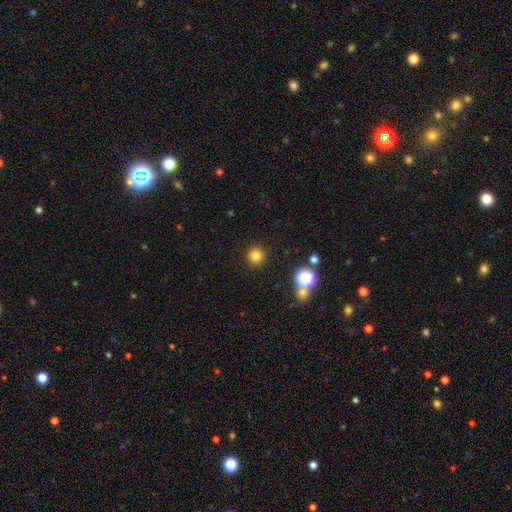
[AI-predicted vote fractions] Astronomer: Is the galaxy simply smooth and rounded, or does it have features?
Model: smooth — 81%.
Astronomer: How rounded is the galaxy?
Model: round — 95%.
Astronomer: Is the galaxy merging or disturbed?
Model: none — 91%.